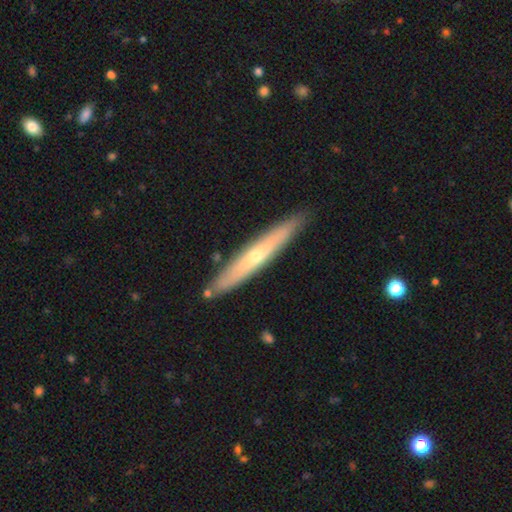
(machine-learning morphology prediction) Smooth or featured?
  - featured or disk: 56% *
  - smooth: 38%
  - star or artifact: 6%
Edge-on disk?
  - yes: 87% *
  - no: 13%
Merging?
  - none: 87% *
  - minor disturbance: 9%
  - merger: 2%
  - major disturbance: 2%